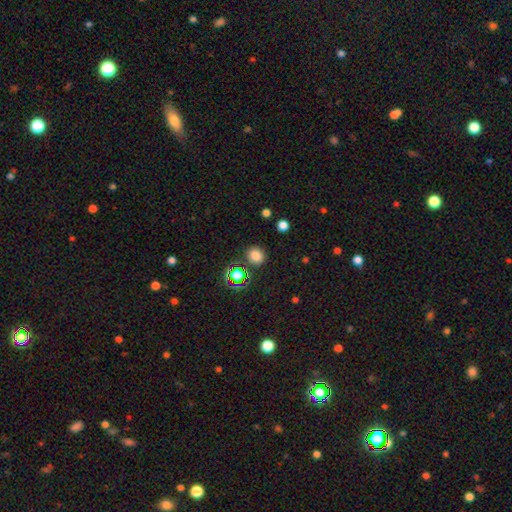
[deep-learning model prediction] A smooth galaxy with no disk features (73%) that is round (81%). Merging: none (86%).